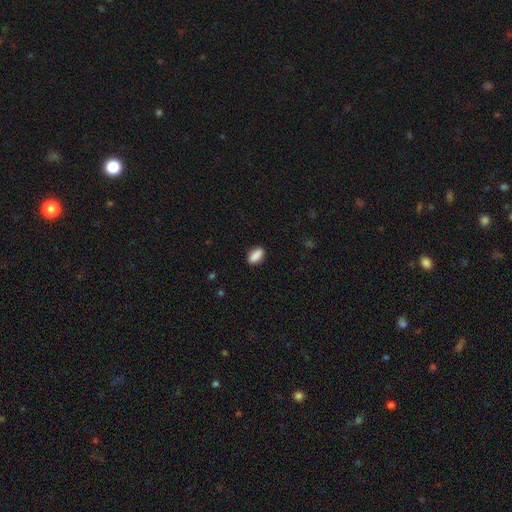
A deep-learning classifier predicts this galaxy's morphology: This appears to be a smooth galaxy with no disk features (89%) that is in between round and cigar-shaped (86%). Merging: none (88%).